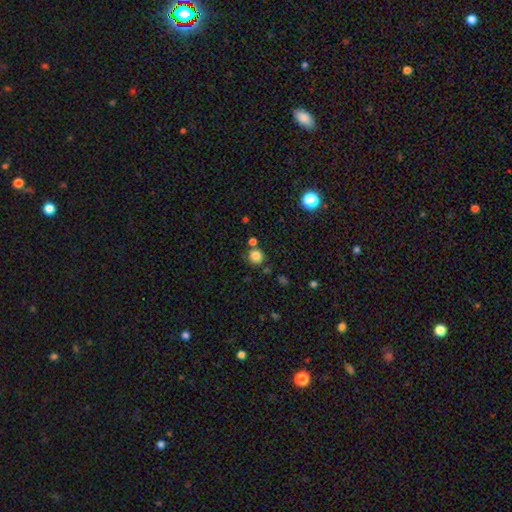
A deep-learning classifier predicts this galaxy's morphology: This appears to be a smooth galaxy with no disk features (82%) that is round (90%). Merging: none (76%).